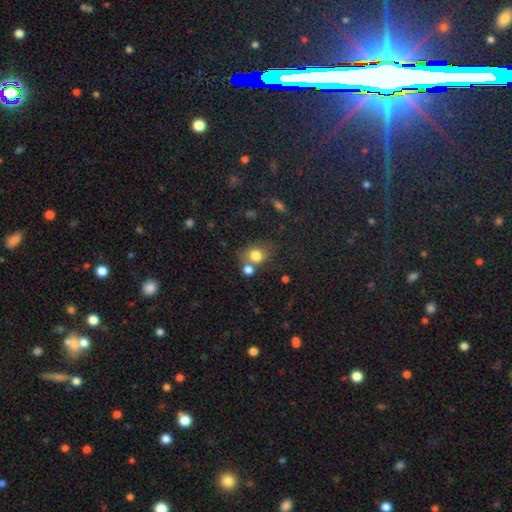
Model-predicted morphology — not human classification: The model was most divided on "how rounded": round: 62%, in between: 37%, cigar-shaped: 1%. More confident: smooth or featured — smooth (78%); merging — none (53%).